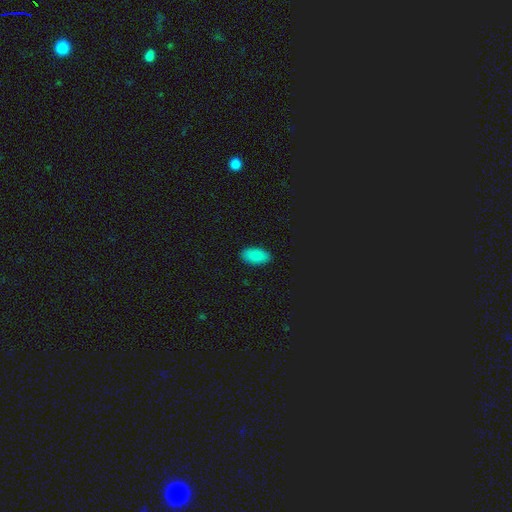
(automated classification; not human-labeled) A smooth galaxy with no disk features (87%) that is in between round and cigar-shaped (94%).

Vote fractions:
- Smooth or featured? smooth: 87% / star or artifact: 9% / featured or disk: 4%
- How rounded? in between: 94% / cigar-shaped: 3% / round: 3%
- Merging? none: 88% / minor disturbance: 9% / major disturbance: 2% / merger: 1%